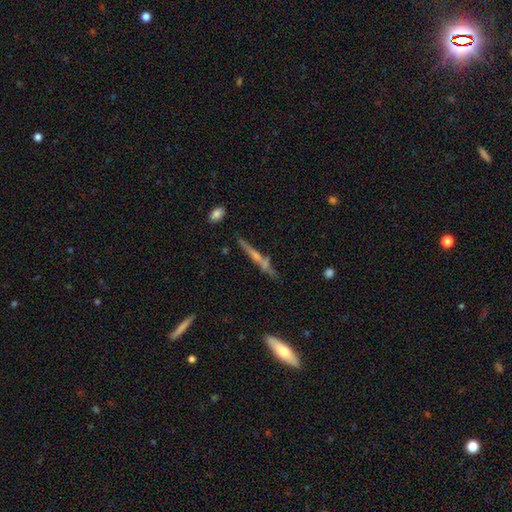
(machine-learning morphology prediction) The model was most divided on "edge-on bulge": rounded: 53%, none: 37%, boxy: 10%. More confident: edge-on disk — yes (92%); merging — none (69%); smooth or featured — featured or disk (61%).